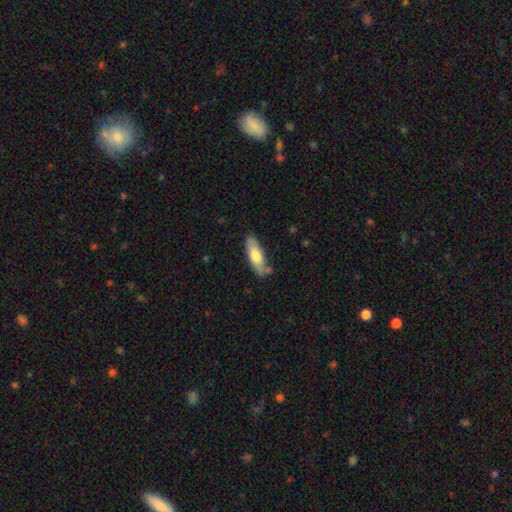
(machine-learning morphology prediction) smooth_or_featured: smooth (p=0.67) [alt: featured or disk p=0.28]
how_rounded: in between (p=0.55) [alt: cigar-shaped p=0.43]
merging: none (p=0.75) [alt: minor disturbance p=0.16]